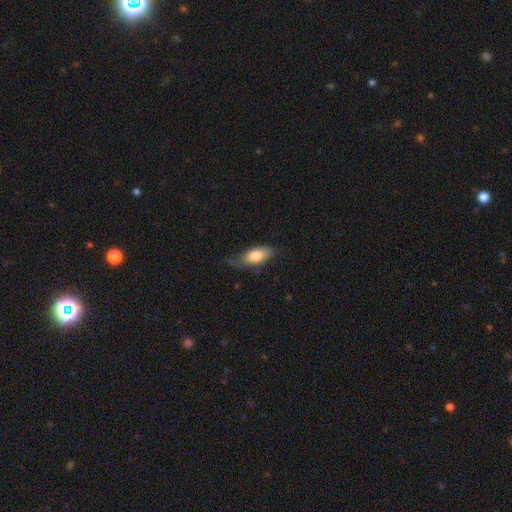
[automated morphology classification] Overall: smooth (77%). How rounded: in between (82%). Merging: none (56%; minor disturbance 33%).